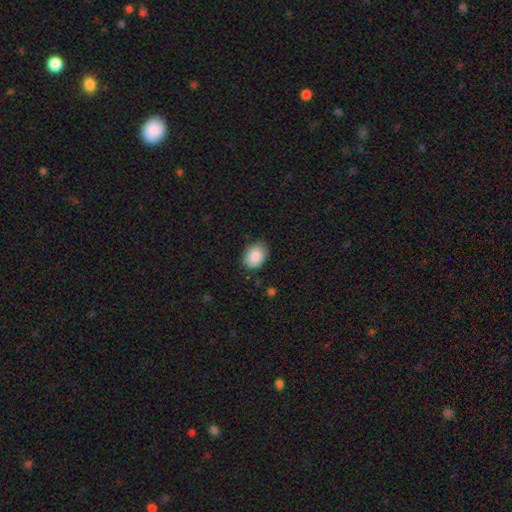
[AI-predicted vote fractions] Smooth or featured? Predicted: smooth (p=0.89). How rounded? Predicted: in between (p=0.73). Merging? Predicted: none (p=0.80).